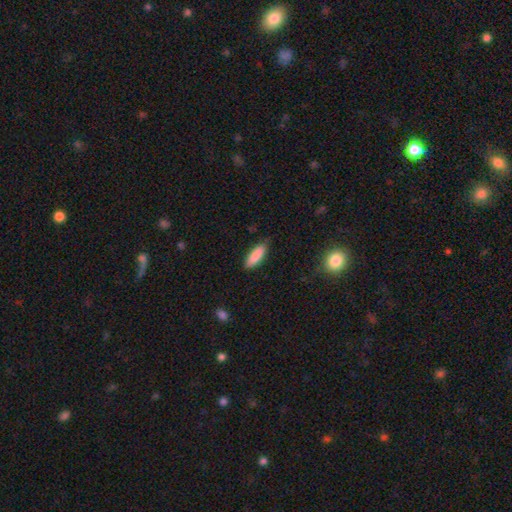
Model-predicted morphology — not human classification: This is clearly a smooth galaxy (87%). How rounded: possibly in between (52%). Merging: clearly none (80%).